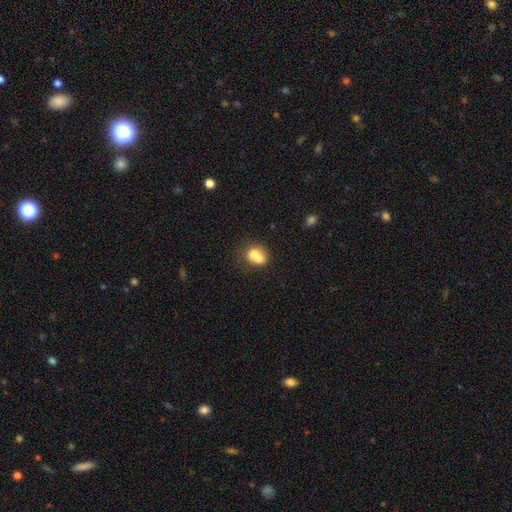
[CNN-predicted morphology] smooth-or-featured: smooth: 69% | featured or disk: 22% | star or artifact: 10%
  how-rounded: round: 58% | in between: 41% | cigar-shaped: 1%
  merging: merger: 61% | none: 26% | minor disturbance: 9% | major disturbance: 4%